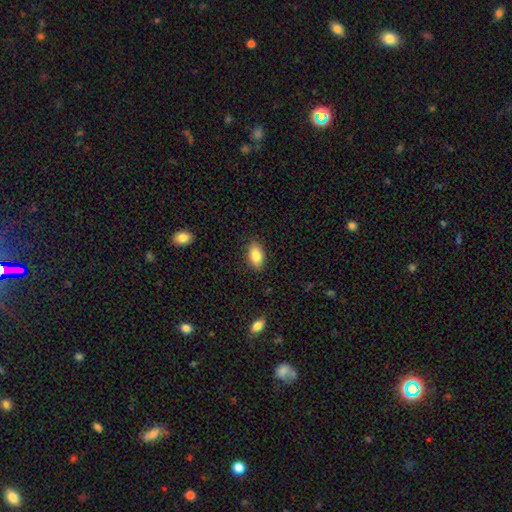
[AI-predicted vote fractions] smooth_or_featured: smooth (p=0.82) [alt: featured or disk p=0.10]
how_rounded: in between (p=0.91) [alt: round p=0.06]
merging: none (p=0.87) [alt: minor disturbance p=0.10]